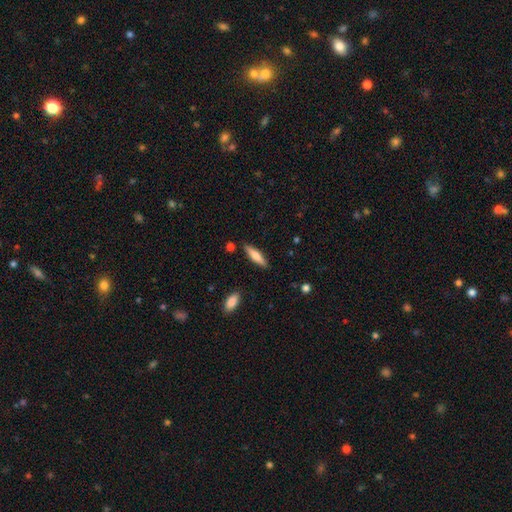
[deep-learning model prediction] The model was most divided on "smooth or featured": smooth: 66%, featured or disk: 28%, star or artifact: 6%. More confident: merging — none (86%); how rounded — cigar-shaped (73%).